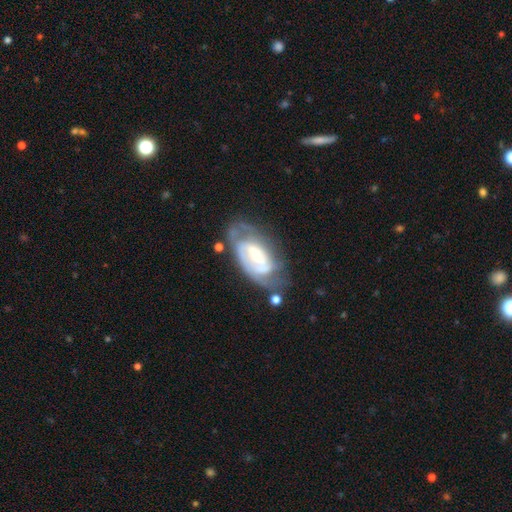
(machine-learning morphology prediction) This is clearly a featured or disk galaxy (80%). It is clearly not viewed edge-on (95%). Bar: possibly no (45%). Spiral arm pattern: clearly yes (84%). Spiral arm count: marginally 2 (42%). Spiral winding: possibly tight (53%). Central bulge: possibly small (53%). Merging: possibly none (49%).